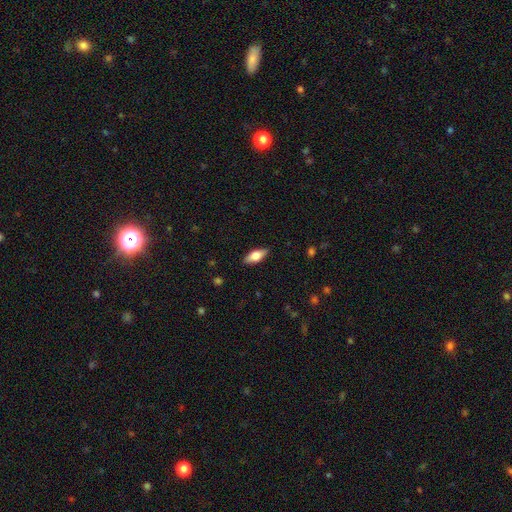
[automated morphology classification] Smooth or featured: smooth — 66% (featured or disk — 27%)
How rounded: in between — 78% (cigar-shaped — 20%)
Merging: none — 87% (minor disturbance — 10%)